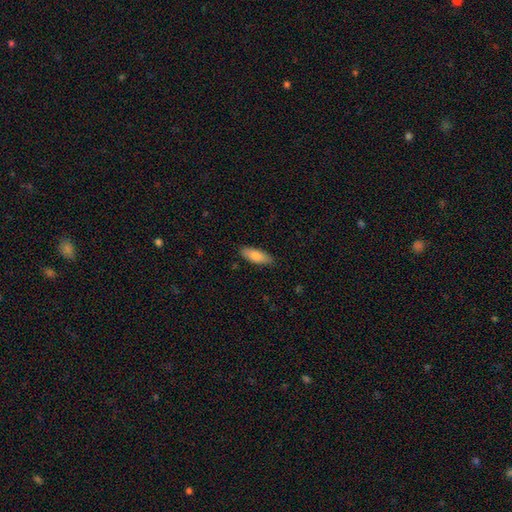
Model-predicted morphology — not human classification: smooth_or_featured: smooth (p=0.83) [alt: featured or disk p=0.11]
how_rounded: in between (p=0.68) [alt: cigar-shaped p=0.30]
merging: none (p=0.85) [alt: minor disturbance p=0.12]